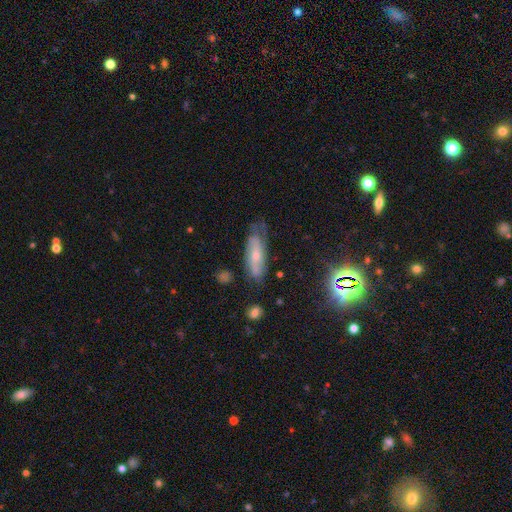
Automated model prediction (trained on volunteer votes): Overall: featured or disk (54%; smooth 34%). Edge-on disk: no (76%). Merging: none (58%; minor disturbance 28%).